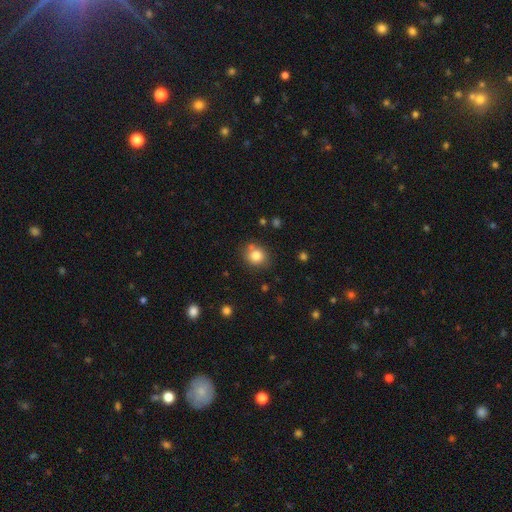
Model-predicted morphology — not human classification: smooth-or-featured: smooth: 81% | star or artifact: 11% | featured or disk: 8%
  how-rounded: round: 78% | in between: 21% | cigar-shaped: 1%
  merging: none: 75% | minor disturbance: 13% | merger: 9% | major disturbance: 3%